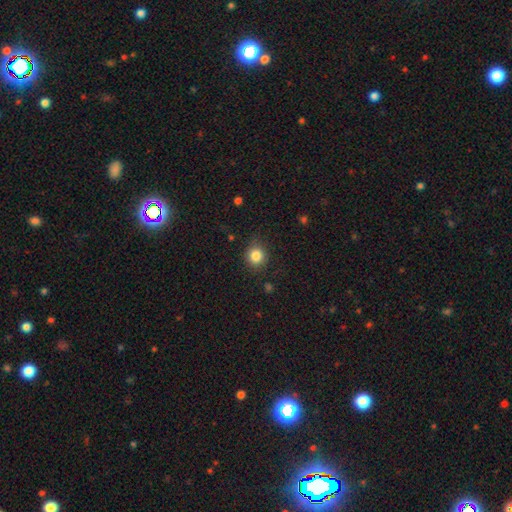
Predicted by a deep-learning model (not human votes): Overall: smooth (84%). How rounded: round (86%). Merging: none (85%).